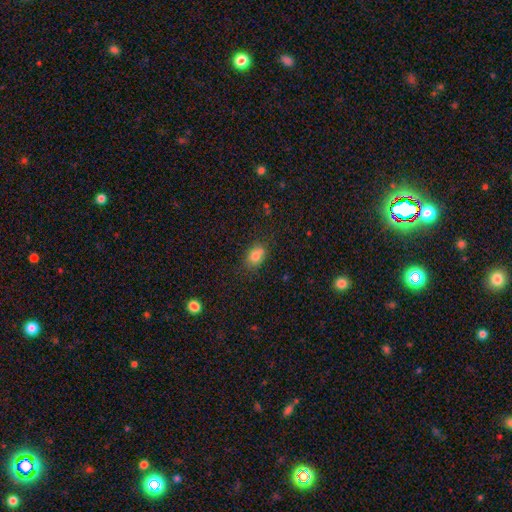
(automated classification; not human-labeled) Smooth or featured? smooth (79%)
How rounded? in between (73%)
Merging? none (68%)